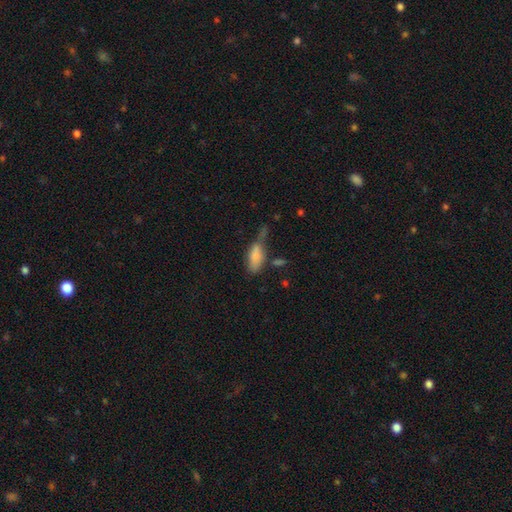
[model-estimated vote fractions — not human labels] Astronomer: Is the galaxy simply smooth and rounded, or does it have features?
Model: smooth — 77%.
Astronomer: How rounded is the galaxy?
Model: in between — 80%.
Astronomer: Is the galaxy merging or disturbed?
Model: minor disturbance — 29% (runner-up: none, 28%).